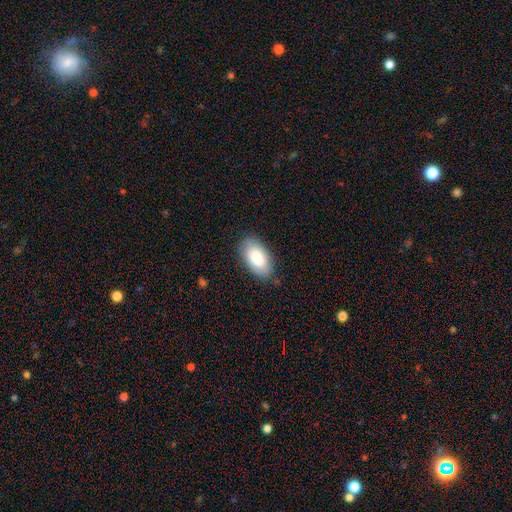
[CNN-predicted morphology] Q: Smooth or featured?
A: smooth (85%); runner-up: featured or disk (9%)
Q: How rounded?
A: in between (95%); runner-up: cigar-shaped (3%)
Q: Merging?
A: none (84%); runner-up: minor disturbance (13%)